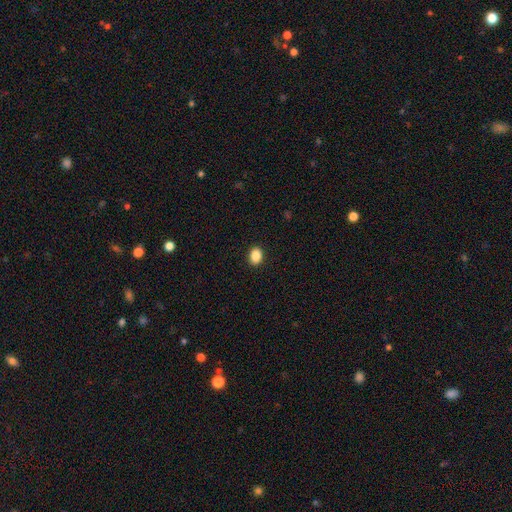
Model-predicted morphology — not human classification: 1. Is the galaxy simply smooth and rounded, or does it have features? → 88% smooth, 9% star or artifact, 3% featured or disk.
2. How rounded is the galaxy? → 63% in between, 36% round, 1% cigar-shaped.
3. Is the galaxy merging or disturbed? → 91% none, 6% minor disturbance, 2% major disturbance, 1% merger.